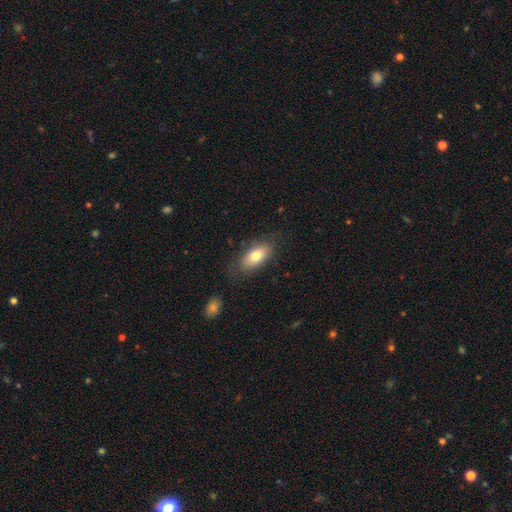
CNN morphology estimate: smooth 76%, featured or disk 17%, star or artifact 7%. Down the decision tree: how rounded — in between (88%); merging — none (78%).